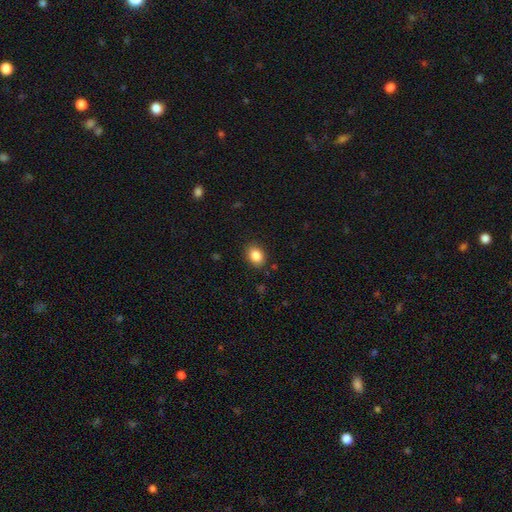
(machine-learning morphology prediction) Smooth or featured: smooth — 87% (star or artifact — 9%)
How rounded: in between — 66% (round — 33%)
Merging: none — 87% (minor disturbance — 9%)